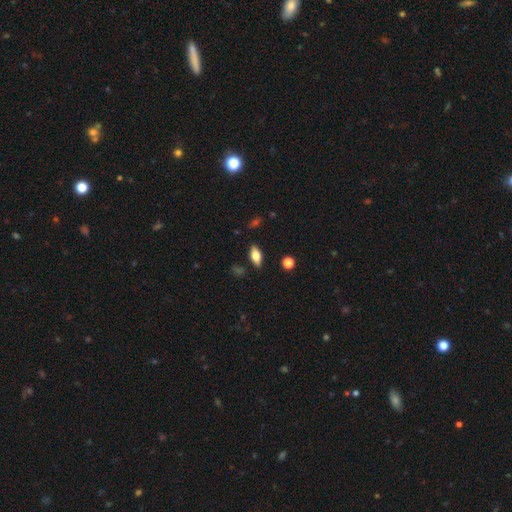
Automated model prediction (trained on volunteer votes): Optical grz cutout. It shows a smooth galaxy with no disk features (65%) that is in between round and cigar-shaped (83%). Merging: none (85%).